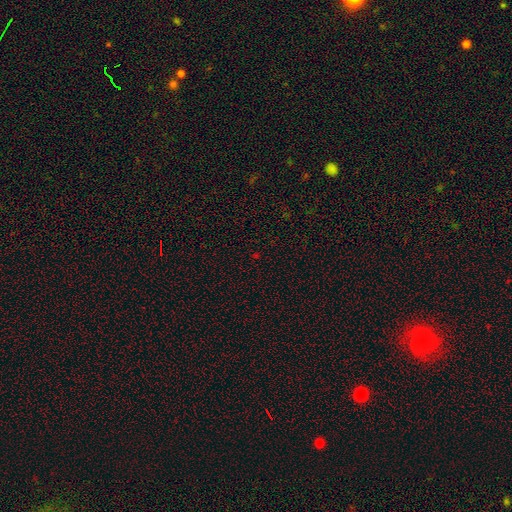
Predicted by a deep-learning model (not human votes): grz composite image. It shows a star or artifact, not a galaxy (65%).